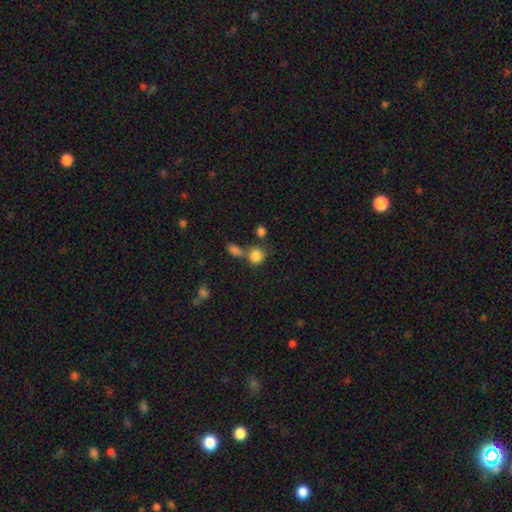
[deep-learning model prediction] smooth 83%, star or artifact 11%, featured or disk 6%. Down the decision tree: how rounded — round (80%); merging — none (53%).